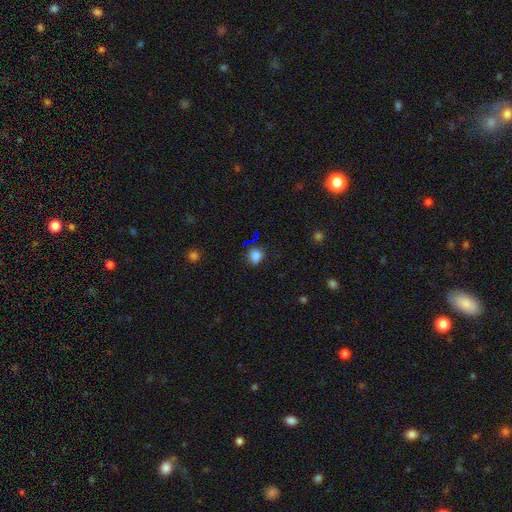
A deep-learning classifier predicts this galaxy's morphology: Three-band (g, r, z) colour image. It shows a smooth galaxy with no disk features (78%) that is round (69%). Merging: none (79%).